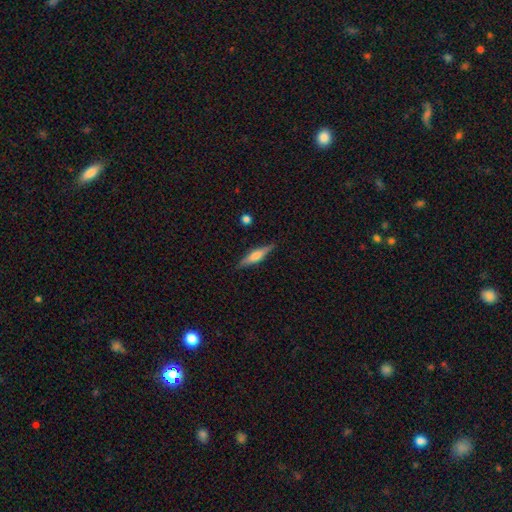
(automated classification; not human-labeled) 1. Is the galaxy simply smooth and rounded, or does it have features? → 54% featured or disk, 39% smooth, 6% star or artifact.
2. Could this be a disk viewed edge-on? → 96% yes, 4% no.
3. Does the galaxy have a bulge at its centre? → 79% rounded, 15% boxy, 6% none.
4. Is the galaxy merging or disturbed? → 87% none, 9% minor disturbance, 2% major disturbance, 1% merger.